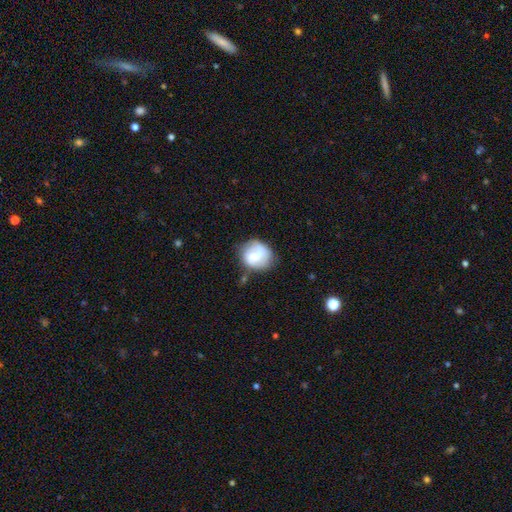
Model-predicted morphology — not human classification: Q: Smooth or featured?
A: smooth (49%); runner-up: featured or disk (44%)
Q: Merging?
A: none (59%); runner-up: minor disturbance (25%)